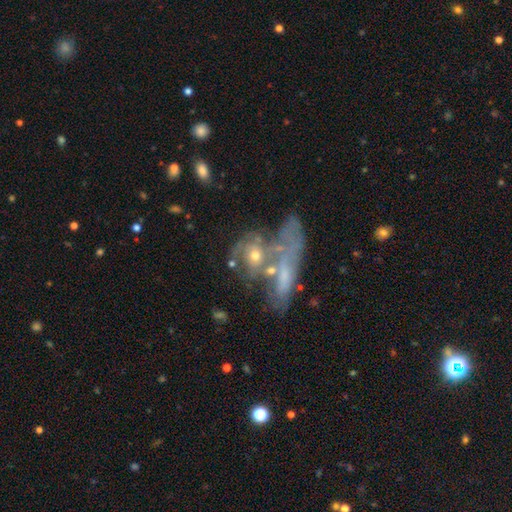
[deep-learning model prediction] featured or disk 64%, smooth 26%, star or artifact 10%. Down the decision tree: edge-on disk — no (85%); bar — no (78%); spiral arms — yes (59%); bulge size — moderate (46%); merging — merger (45%).